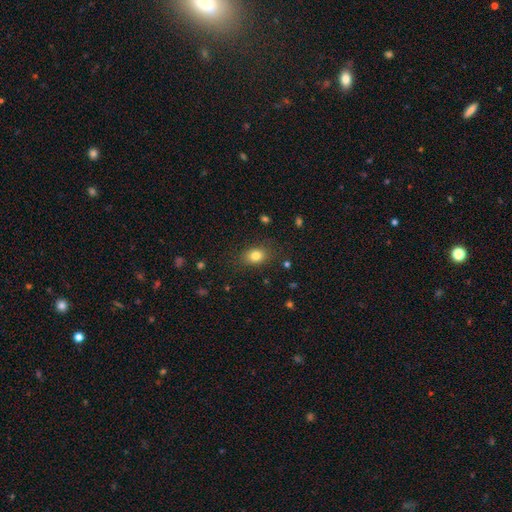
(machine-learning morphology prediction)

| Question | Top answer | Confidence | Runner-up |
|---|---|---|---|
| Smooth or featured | smooth | 81% | star or artifact (11%) |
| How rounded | in between | 66% | round (33%) |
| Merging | none | 82% | minor disturbance (12%) |